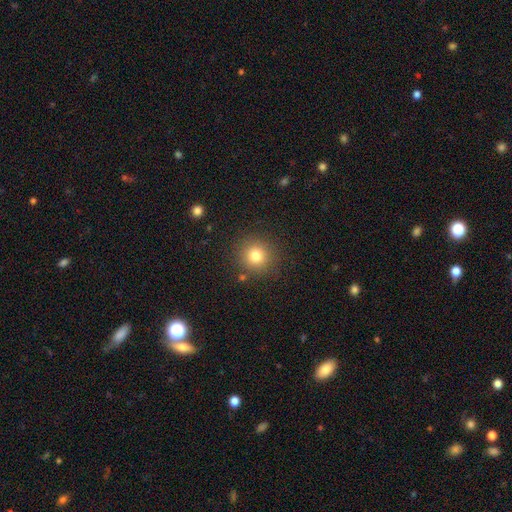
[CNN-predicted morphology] This appears to be a smooth galaxy with no disk features (79%) that is round (93%). Merging: none (87%).